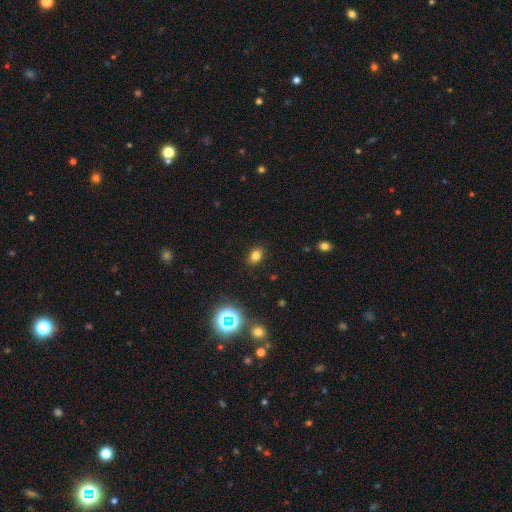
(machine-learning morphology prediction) Smooth or featured? Predicted: smooth (p=0.76). How rounded? Predicted: in between (p=0.72). Merging? Predicted: none (p=0.88).